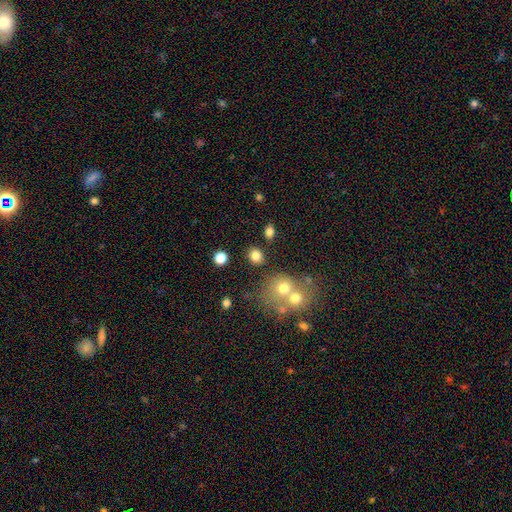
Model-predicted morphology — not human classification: smooth 80%, star or artifact 13%, featured or disk 8%. Down the decision tree: how rounded — round (60%); merging — none (77%).